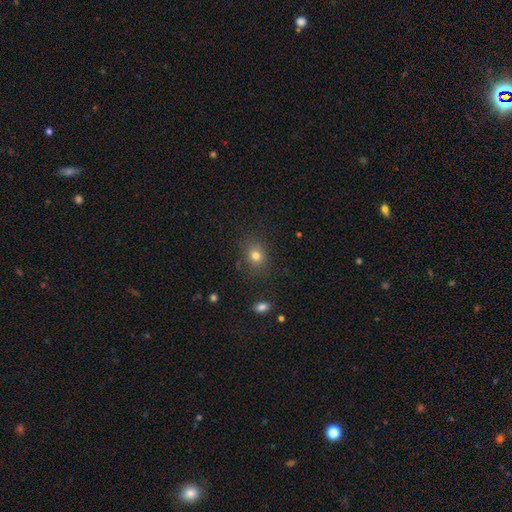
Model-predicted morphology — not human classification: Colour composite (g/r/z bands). It shows a smooth galaxy with no disk features (77%) that is round (63%). Merging: none (82%).